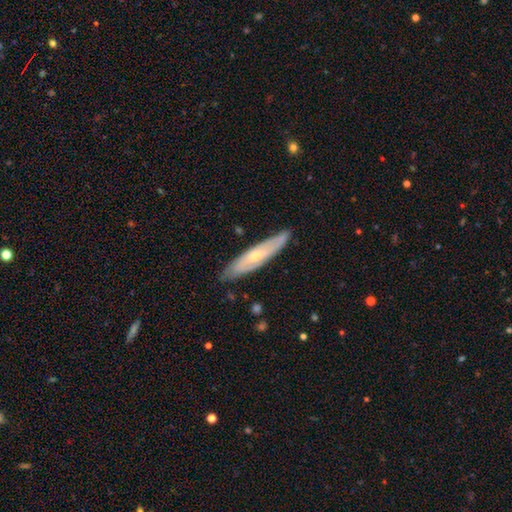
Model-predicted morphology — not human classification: smooth-or-featured: featured or disk: 60% | smooth: 34% | star or artifact: 6%
  disk-edge-on: yes: 54% | no: 46%
  merging: none: 82% | minor disturbance: 14% | major disturbance: 2% | merger: 1%